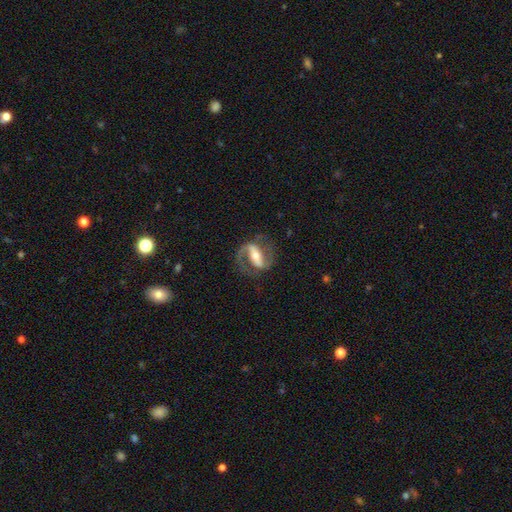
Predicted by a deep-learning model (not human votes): This is clearly a featured or disk galaxy (86%). It is clearly not viewed edge-on (94%). Bar: likely strong (65%). Spiral arm pattern: clearly yes (92%). Spiral arm count: likely 2 (79%). Spiral winding: possibly medium (53%). Central bulge: possibly moderate (55%). Merging: likely none (69%).